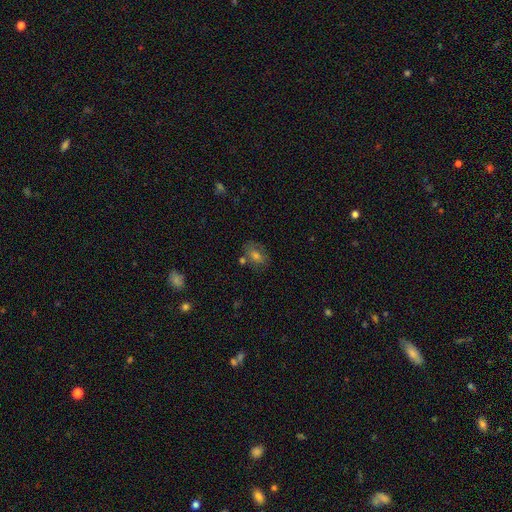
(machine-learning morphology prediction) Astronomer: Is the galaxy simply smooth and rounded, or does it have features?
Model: smooth — 60%.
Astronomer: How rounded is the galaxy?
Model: in between — 71%.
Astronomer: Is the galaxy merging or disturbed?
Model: none — 71%.